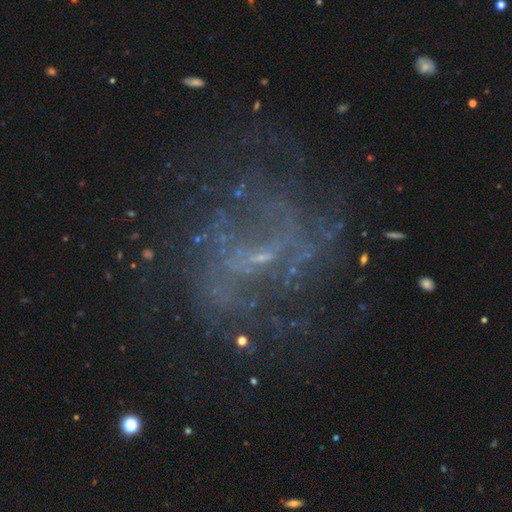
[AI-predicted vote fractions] The model was most divided on "bar": weak: 43%, no: 41%, strong: 16%. More confident: edge-on disk — no (97%); smooth or featured — featured or disk (68%); spiral arms — yes (66%); merging — none (61%); bulge size — small (60%).